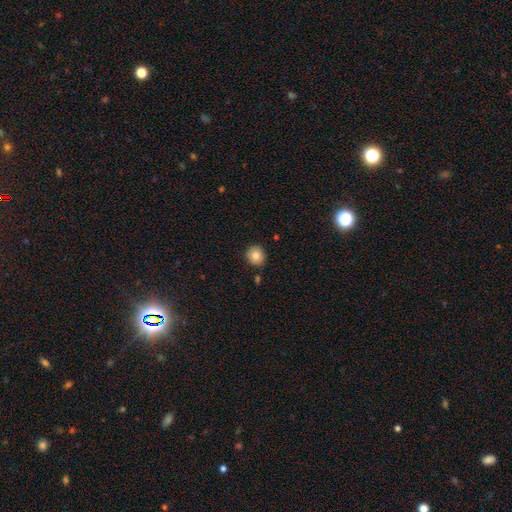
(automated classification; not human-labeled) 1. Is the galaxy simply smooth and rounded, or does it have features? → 83% smooth, 9% star or artifact, 8% featured or disk.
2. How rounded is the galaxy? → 87% round, 12% in between, 1% cigar-shaped.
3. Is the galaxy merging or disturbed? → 86% none, 9% minor disturbance, 3% merger, 2% major disturbance.